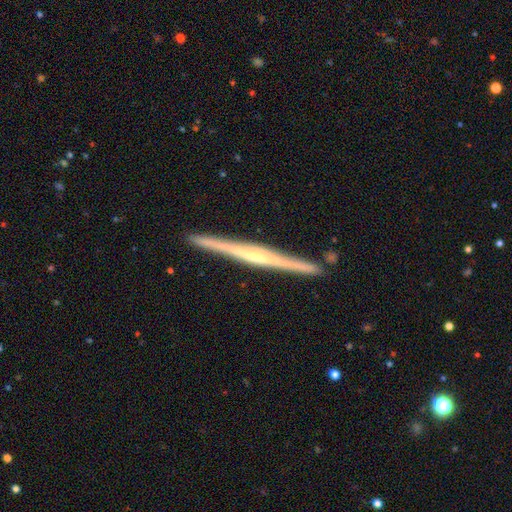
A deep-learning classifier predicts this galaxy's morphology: Smooth or featured: featured or disk — 79% (smooth — 15%)
Edge-on disk: yes — 98% (no — 2%)
Edge-on bulge: rounded — 45% (none — 41%)
Merging: none — 91% (minor disturbance — 6%)